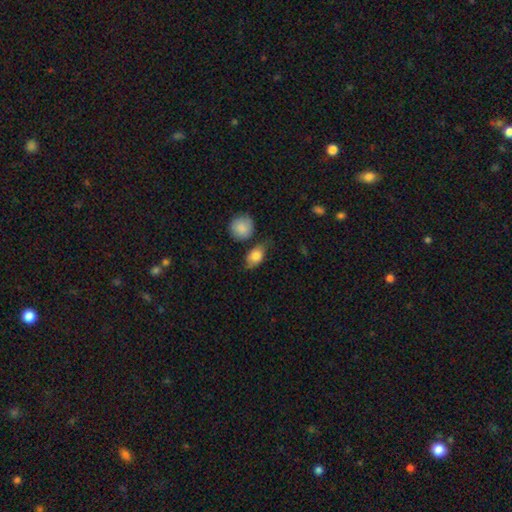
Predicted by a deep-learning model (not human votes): Smooth or featured?
  - smooth: 81% *
  - featured or disk: 13%
  - star or artifact: 7%
How rounded?
  - in between: 78% *
  - round: 18%
  - cigar-shaped: 4%
Merging?
  - none: 59% *
  - minor disturbance: 25%
  - merger: 10%
  - major disturbance: 7%